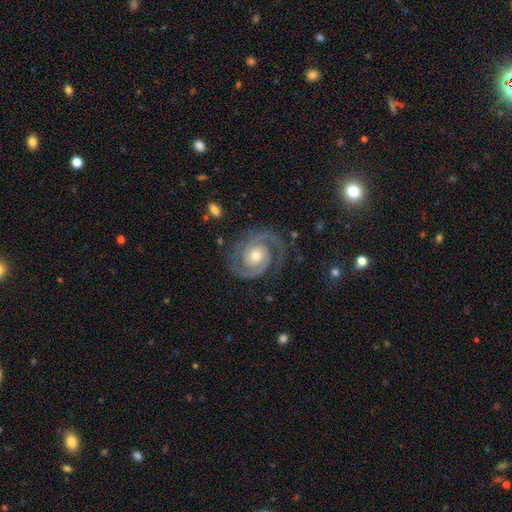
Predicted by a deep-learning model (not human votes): This is clearly a featured or disk galaxy (92%). It is clearly not viewed edge-on (98%). Bar: likely no (72%). Spiral arm pattern: clearly yes (98%). Spiral arm count: clearly 2 (92%). Spiral winding: likely tight (60%). Central bulge: likely moderate (60%). Merging: clearly none (82%).